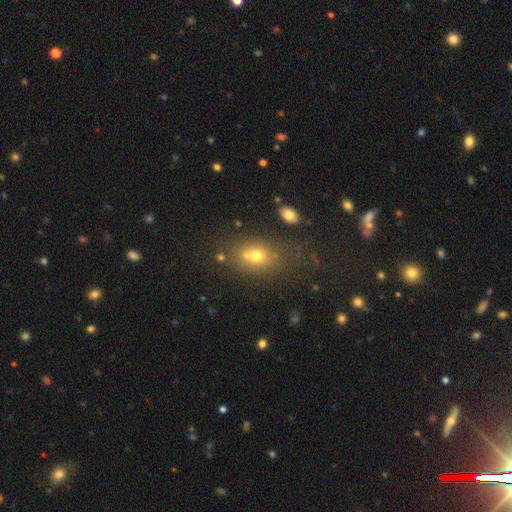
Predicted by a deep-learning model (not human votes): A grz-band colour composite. It shows a smooth galaxy with no disk features (61%) that is in between round and cigar-shaped (54%). Merging: none (51%).